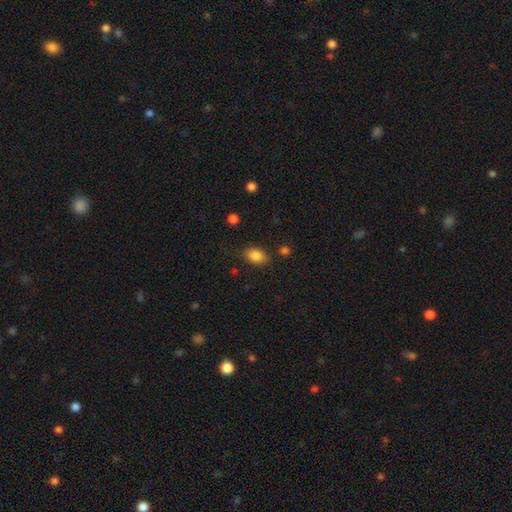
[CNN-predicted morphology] Smooth or featured? Predicted: smooth (p=0.85). How rounded? Predicted: in between (p=0.84). Merging? Predicted: none (p=0.80).